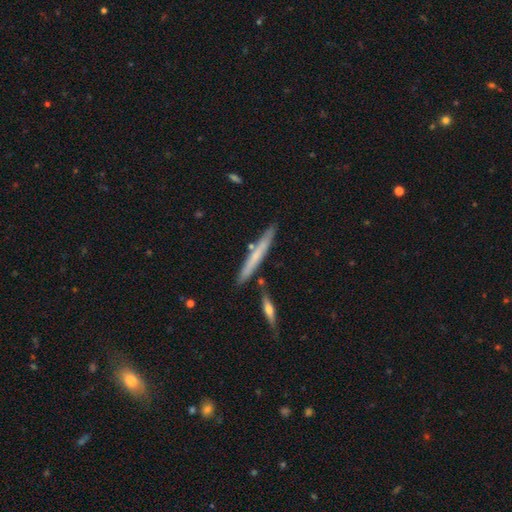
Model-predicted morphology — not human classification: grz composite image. It shows a smooth galaxy with no disk features (54%) that is cigar-shaped (96%). Merging: none (83%).